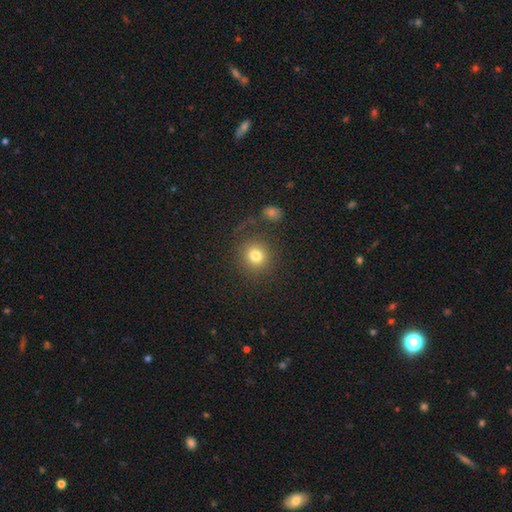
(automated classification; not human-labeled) Q: Smooth or featured?
A: smooth (80%); runner-up: star or artifact (12%)
Q: How rounded?
A: round (86%); runner-up: in between (13%)
Q: Merging?
A: none (78%); runner-up: minor disturbance (10%)